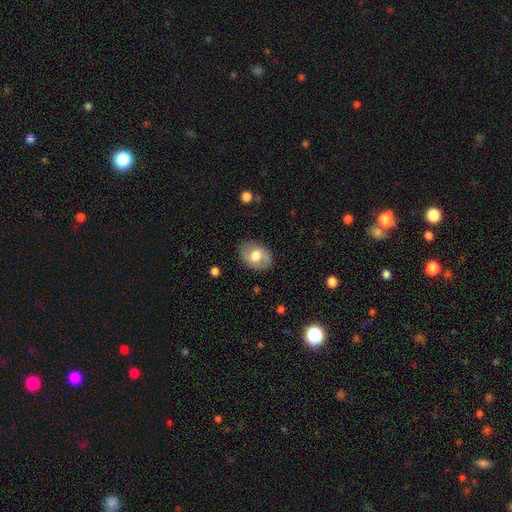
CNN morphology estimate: Smooth or featured: smooth — 54% (featured or disk — 40%)
How rounded: in between — 72% (round — 27%)
Merging: none — 82% (minor disturbance — 13%)